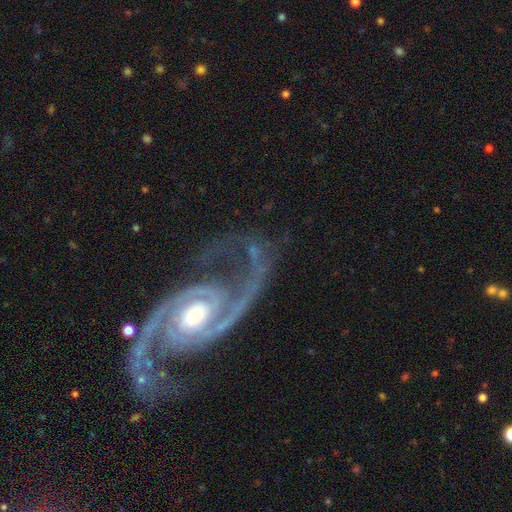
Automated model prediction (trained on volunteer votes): Smooth or featured? Predicted: featured or disk (p=0.92). Edge-on disk? Predicted: no (p=0.97). Bar? Predicted: no (p=0.52). Spiral arms? Predicted: yes (p=0.98). Spiral winding? Predicted: medium (p=0.45). Spiral arm count? Predicted: 2 (p=0.85). Bulge size? Predicted: moderate (p=0.49). Merging? Predicted: none (p=0.64).